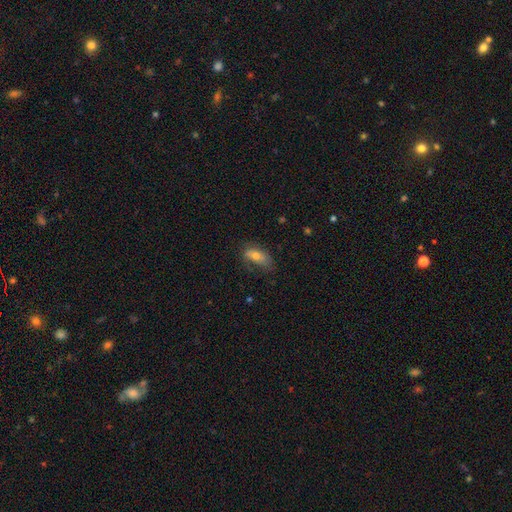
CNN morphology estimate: smooth_or_featured: smooth (p=0.64) [alt: featured or disk p=0.27]
how_rounded: in between (p=0.82) [alt: cigar-shaped p=0.14]
merging: none (p=0.51) [alt: minor disturbance p=0.31]